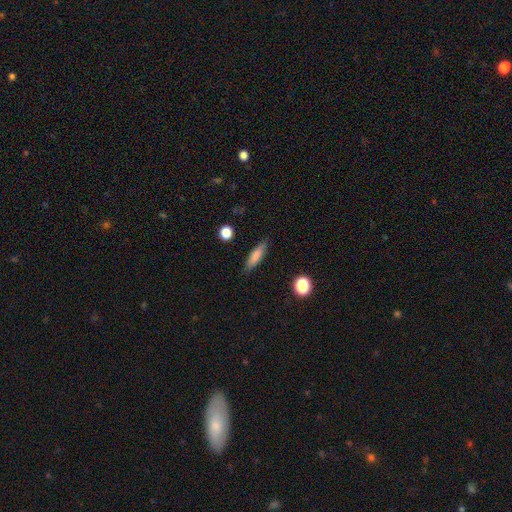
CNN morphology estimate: A smooth galaxy with no disk features (76%) that is cigar-shaped (69%).

Vote fractions:
- Smooth or featured? smooth: 76% / featured or disk: 17% / star or artifact: 8%
- How rounded? cigar-shaped: 69% / in between: 28% / round: 3%
- Merging? none: 85% / minor disturbance: 11% / major disturbance: 3% / merger: 1%